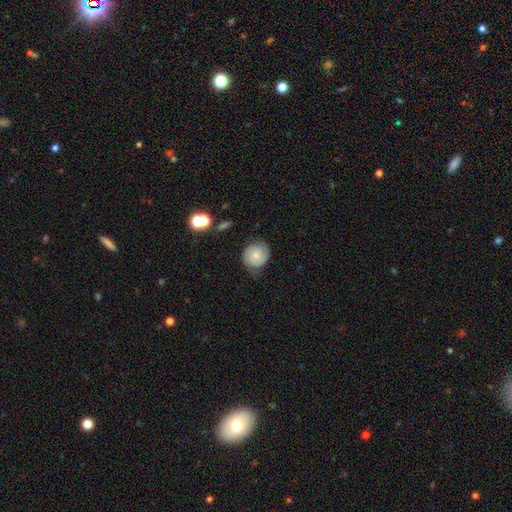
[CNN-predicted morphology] The model was most divided on "bulge size": small: 49%, moderate: 35%, none: 11%, large: 4%, dominant: 2%. More confident: edge-on disk — no (97%); spiral arms — yes (92%); spiral arm count — 2 (79%); bar — no (72%); merging — none (70%); smooth or featured — featured or disk (59%); spiral winding — tight (59%).